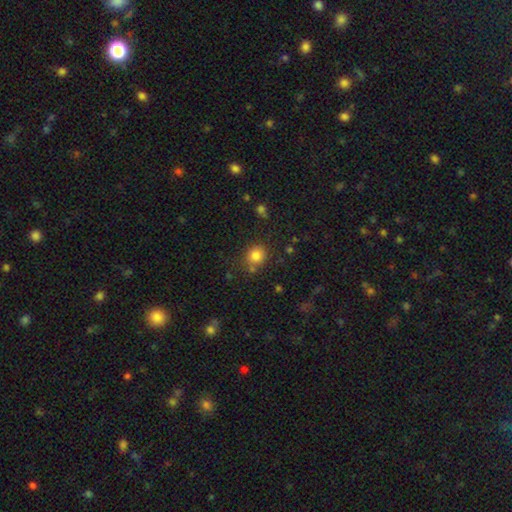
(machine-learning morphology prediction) Smooth or featured: smooth — 82% (star or artifact — 12%)
How rounded: round — 80% (in between — 19%)
Merging: none — 76% (minor disturbance — 13%)